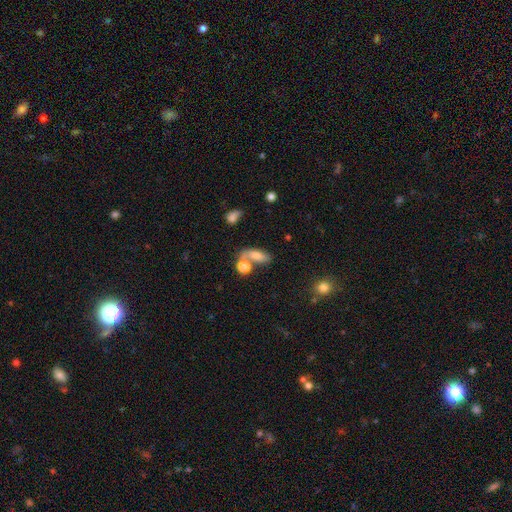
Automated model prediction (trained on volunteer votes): Morphology: type=smooth (70%); roundness=in between (71%); merging=none (39%).